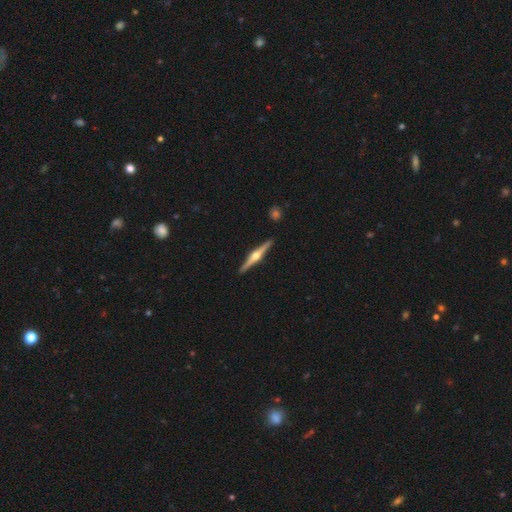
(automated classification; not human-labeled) This is clearly a featured or disk galaxy (82%). It is clearly viewed edge-on (98%). Edge-on bulge: clearly rounded (95%). Merging: clearly none (92%).